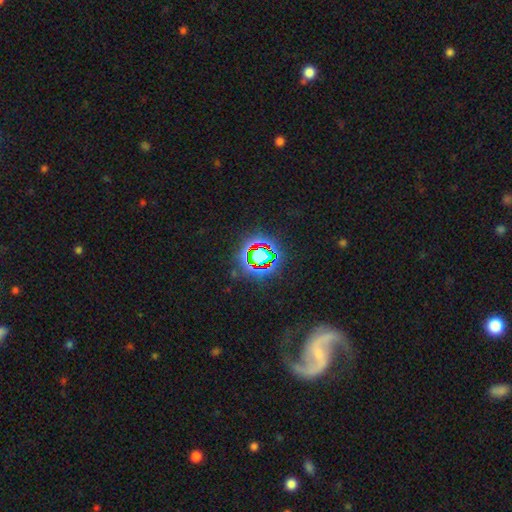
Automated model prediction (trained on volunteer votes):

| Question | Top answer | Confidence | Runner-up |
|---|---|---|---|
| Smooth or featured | star or artifact | 73% | smooth (16%) |